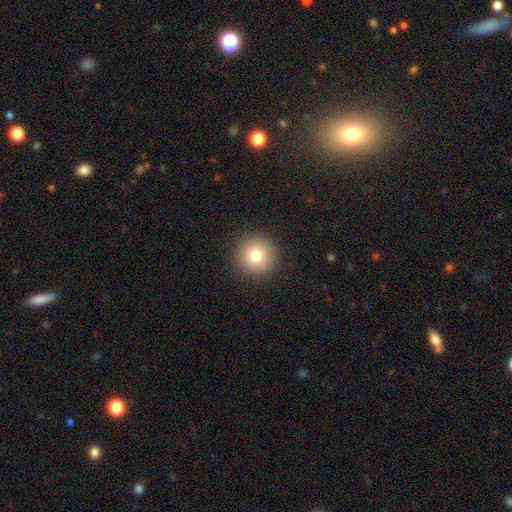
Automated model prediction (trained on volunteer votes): A smooth galaxy with no disk features (79%) that is round (95%). Merging: none (91%).